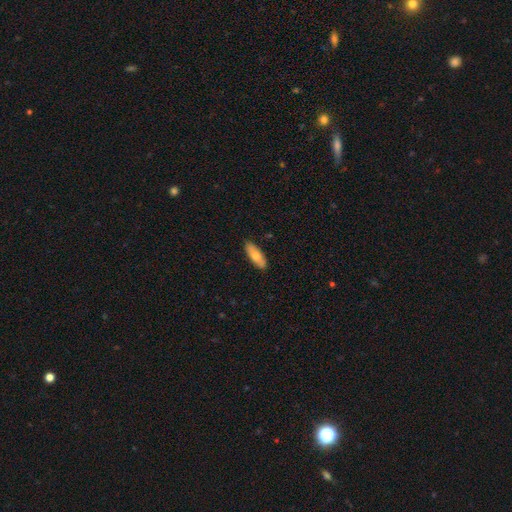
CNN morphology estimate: smooth_or_featured: smooth (p=0.71) [alt: featured or disk p=0.23]
how_rounded: in between (p=0.62) [alt: cigar-shaped p=0.36]
merging: none (p=0.88) [alt: minor disturbance p=0.09]